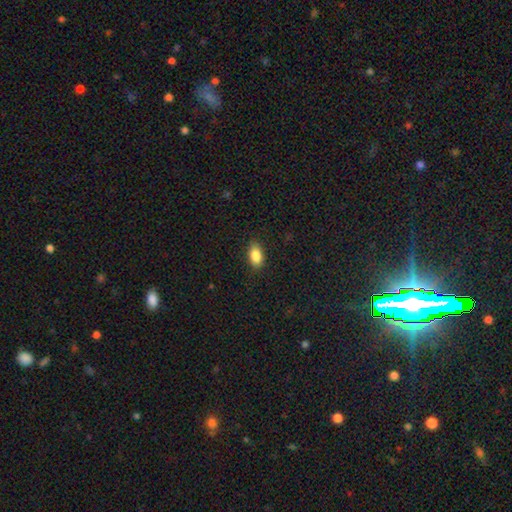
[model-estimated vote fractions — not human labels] Smooth or featured? Predicted: smooth (p=0.87). How rounded? Predicted: in between (p=0.91). Merging? Predicted: none (p=0.87).